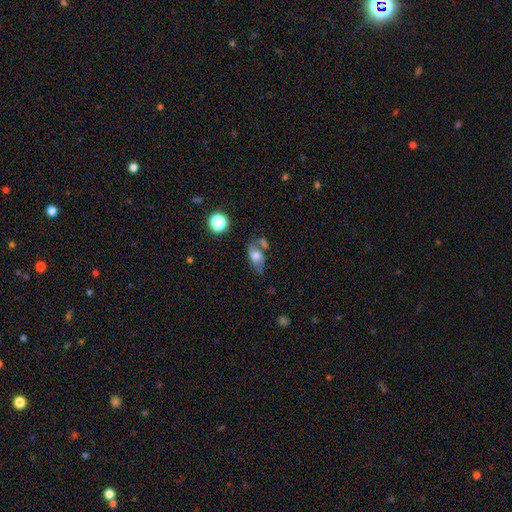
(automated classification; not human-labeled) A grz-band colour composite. It shows a smooth galaxy with no disk features (47%). Merging: none (45%).